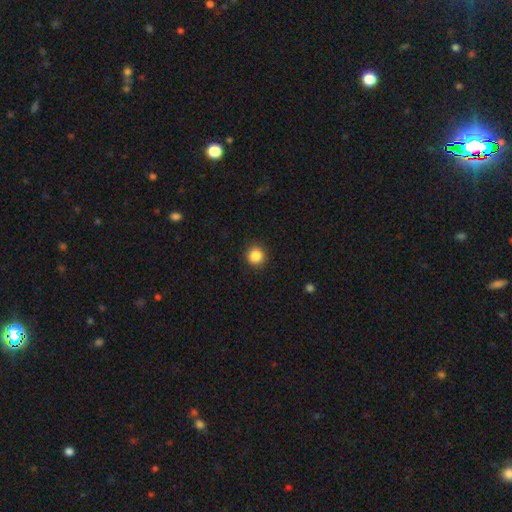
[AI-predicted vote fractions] Morphology: type=smooth (86%); roundness=round (93%); merging=none (91%).